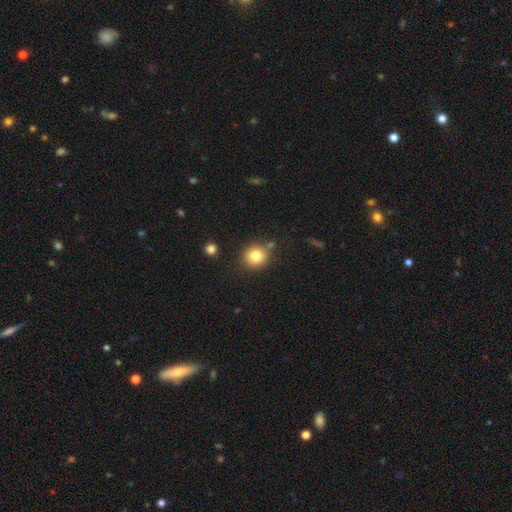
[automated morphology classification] smooth 80%, star or artifact 11%, featured or disk 8%. Down the decision tree: how rounded — round (88%); merging — none (78%).